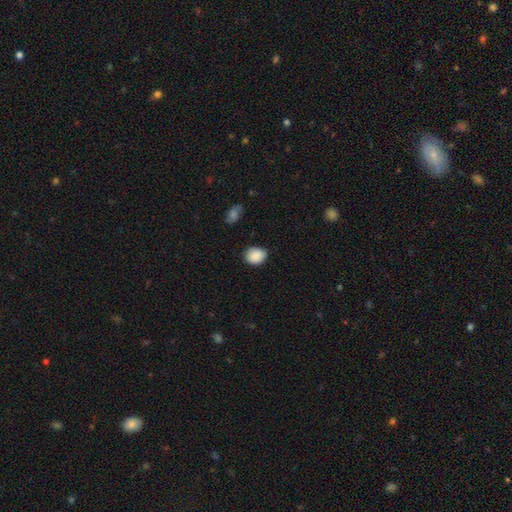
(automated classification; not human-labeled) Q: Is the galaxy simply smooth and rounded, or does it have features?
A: smooth — 89%.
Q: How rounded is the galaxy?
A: round — 55%.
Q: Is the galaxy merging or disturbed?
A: none — 82%.